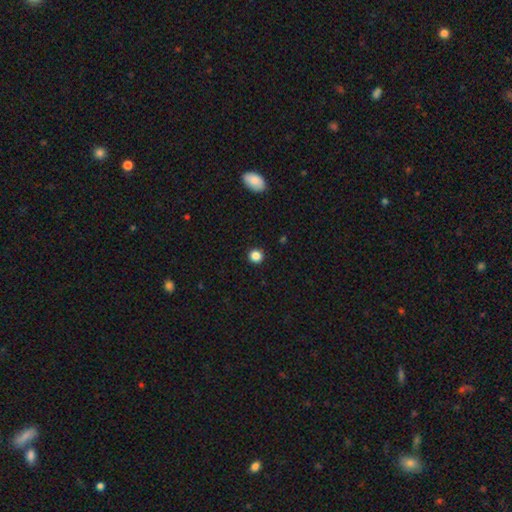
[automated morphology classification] This appears to be a smooth galaxy with no disk features (86%) that is round (93%). Merging: none (93%).